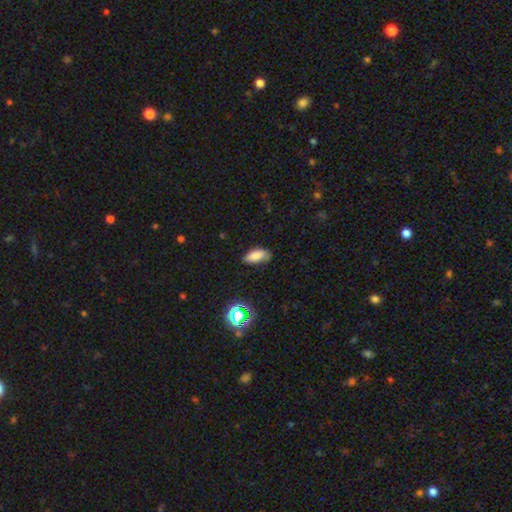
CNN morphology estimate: Smooth or featured: smooth — 81% (star or artifact — 11%)
How rounded: in between — 85% (cigar-shaped — 12%)
Merging: none — 68% (minor disturbance — 26%)